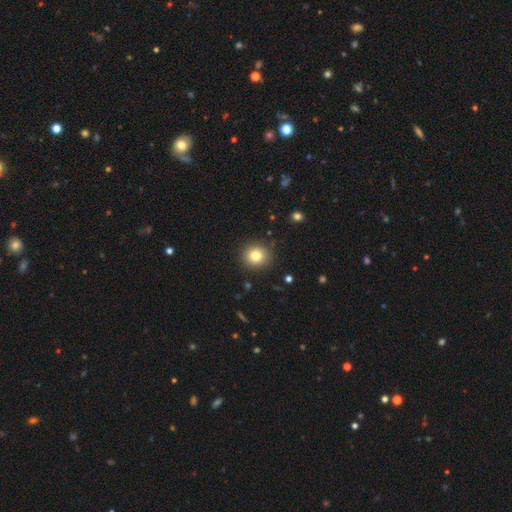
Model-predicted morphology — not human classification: smooth_or_featured: smooth (p=0.80) [alt: star or artifact p=0.11]
how_rounded: round (p=0.88) [alt: in between p=0.11]
merging: none (p=0.89) [alt: minor disturbance p=0.07]